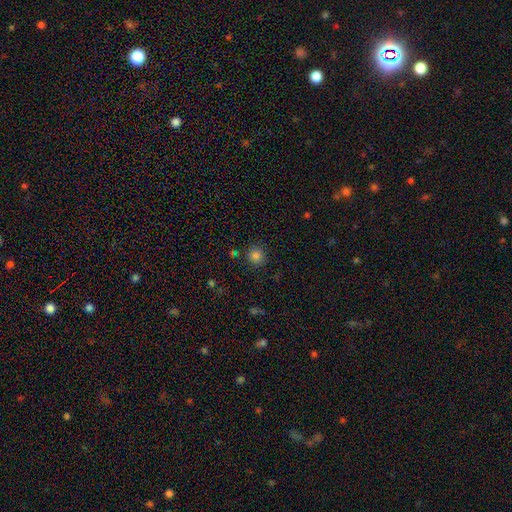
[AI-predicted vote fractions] smooth 82%, star or artifact 13%, featured or disk 5%. Down the decision tree: how rounded — round (93%); merging — none (87%).